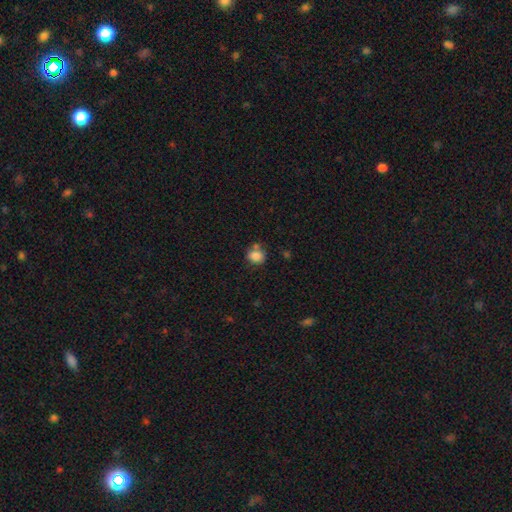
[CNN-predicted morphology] Smooth or featured: smooth — 84% (star or artifact — 10%)
How rounded: round — 68% (in between — 31%)
Merging: none — 60% (merger — 18%)